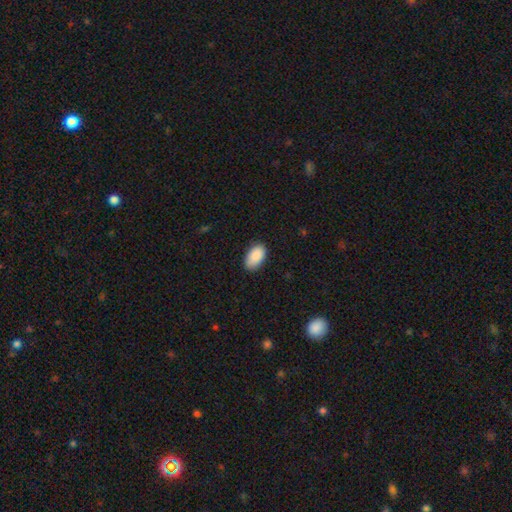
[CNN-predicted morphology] Overall: smooth (90%). How rounded: in between (95%). Merging: none (83%).